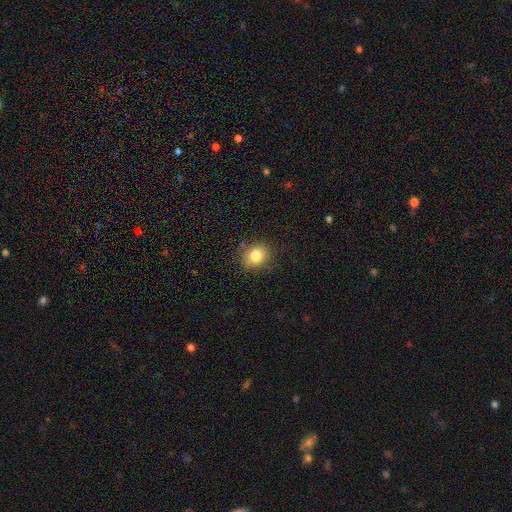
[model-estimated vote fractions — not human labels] Overall: smooth (81%). How rounded: round (74%). Merging: none (83%).